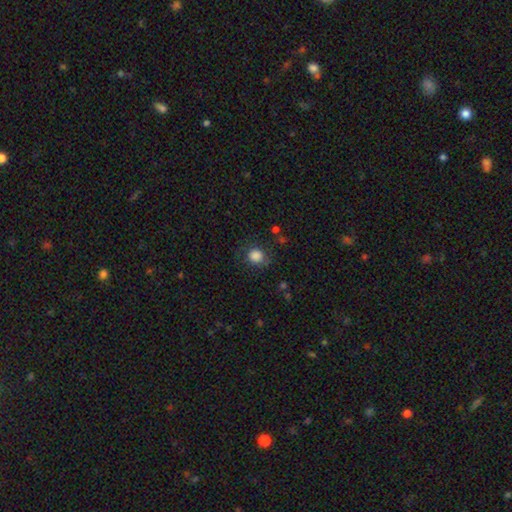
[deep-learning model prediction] Morphology: type=smooth (84%); roundness=round (84%); merging=none (74%).